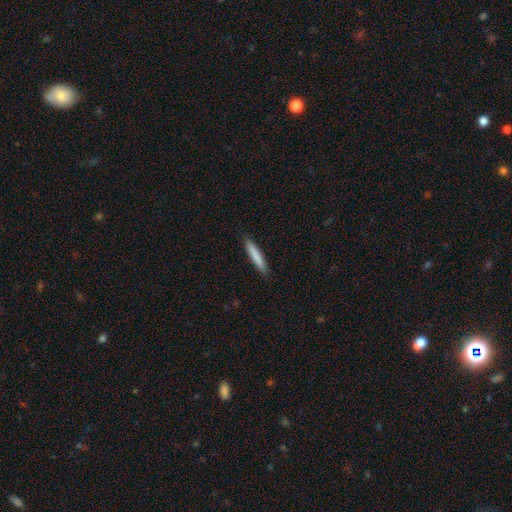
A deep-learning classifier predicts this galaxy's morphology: Smooth or featured: smooth — 82% (featured or disk — 13%)
How rounded: cigar-shaped — 92% (in between — 7%)
Merging: none — 90% (minor disturbance — 8%)